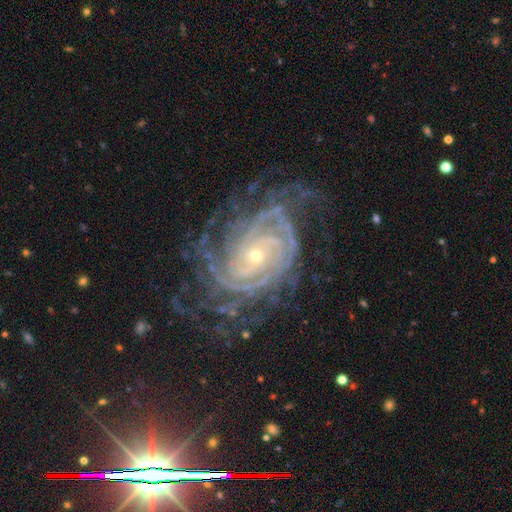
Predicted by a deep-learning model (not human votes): The model was most divided on "spiral arm count": more than 4: 24%, can't tell: 22%, 4: 20%, 3: 13%, 2: 13%, 1: 8%. More confident: spiral arms — yes (98%); edge-on disk — no (97%); smooth or featured — featured or disk (90%); spiral winding — tight (78%); bulge size — small (75%); bar — no (69%); merging — none (67%).